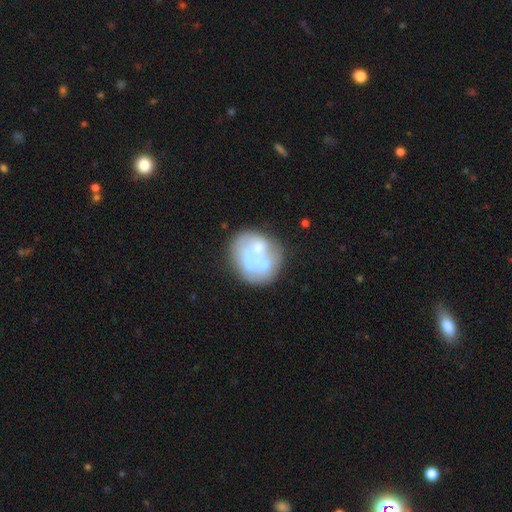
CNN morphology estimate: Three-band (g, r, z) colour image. It shows a featured or disk galaxy (53%) with no bar (90%), no spiral arms (83%) and a small central bulge (32%, tied with moderate). Merging: none (48%).